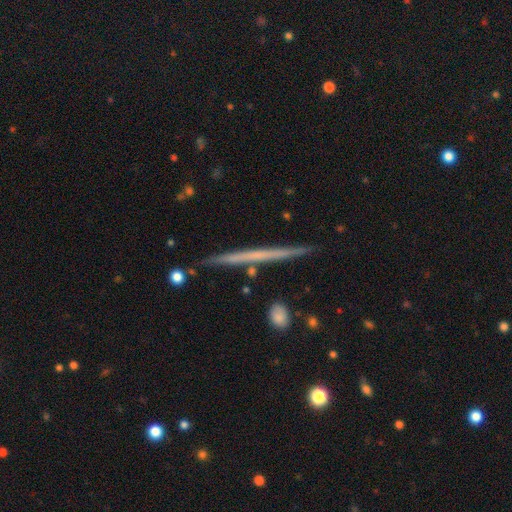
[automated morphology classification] This appears to be a featured or disk galaxy (61%) viewed edge-on (98%) with no central bulge (90%). Merging: none (89%).